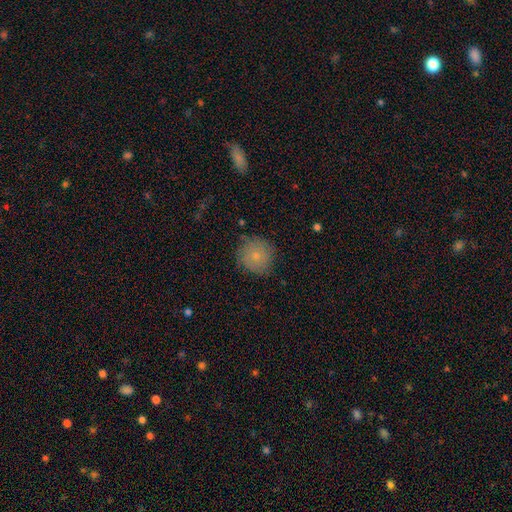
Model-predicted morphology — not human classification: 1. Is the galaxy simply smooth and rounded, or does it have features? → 76% smooth, 16% featured or disk, 8% star or artifact.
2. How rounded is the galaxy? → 92% round, 7% in between, 1% cigar-shaped.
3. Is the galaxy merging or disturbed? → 80% none, 16% minor disturbance, 3% major disturbance, 1% merger.